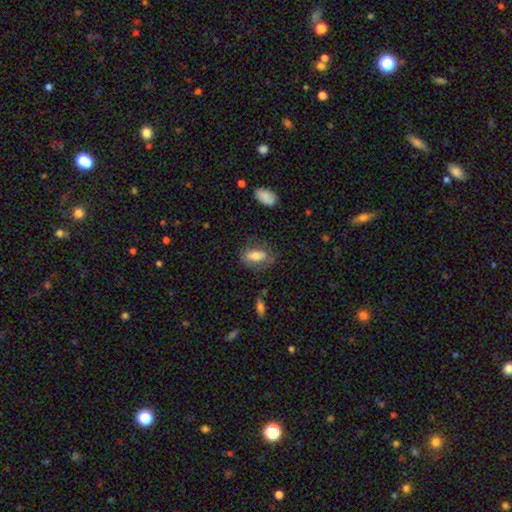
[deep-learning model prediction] This appears to be a smooth galaxy with no disk features (61%) that is in between round and cigar-shaped (83%). Merging: none (60%).